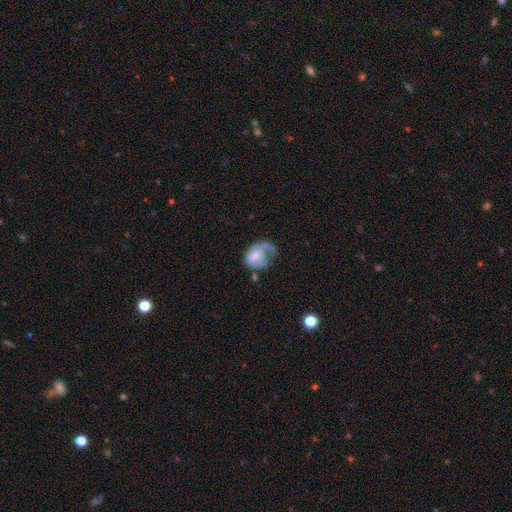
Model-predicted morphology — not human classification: smooth-or-featured: featured or disk: 67% | smooth: 26% | star or artifact: 6%
  disk-edge-on: no: 98% | yes: 2%
    bar: no: 52% | weak: 40% | strong: 8%
    has-spiral-arms: yes: 81% | no: 19%
      spiral-winding: medium: 38% | loose: 33% | tight: 29%
      spiral-arm-count: 1: 59% | 2: 24% | can't tell: 12% | 3: 3% | 4: 1% | more than 4: 1%
    bulge-size: moderate: 47% | small: 39% | none: 8% | large: 6% | dominant: 1%
  merging: major disturbance: 42% | none: 28% | minor disturbance: 23% | merger: 8%